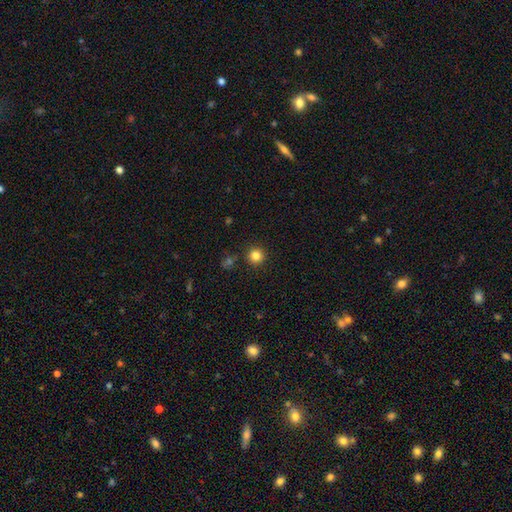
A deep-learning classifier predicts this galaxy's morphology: Q: Smooth or featured?
A: smooth (83%); runner-up: star or artifact (13%)
Q: How rounded?
A: round (95%); runner-up: in between (4%)
Q: Merging?
A: none (91%); runner-up: minor disturbance (5%)